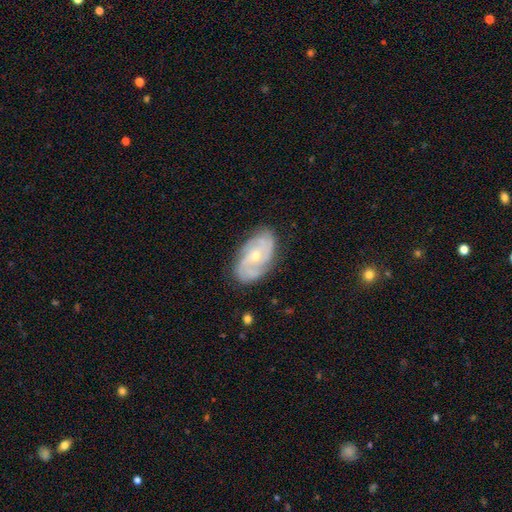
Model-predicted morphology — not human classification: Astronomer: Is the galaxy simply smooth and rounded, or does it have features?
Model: featured or disk — 86%.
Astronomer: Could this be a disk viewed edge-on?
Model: no — 97%.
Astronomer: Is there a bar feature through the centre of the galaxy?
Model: no — 69%.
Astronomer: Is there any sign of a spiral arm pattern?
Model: yes — 97%.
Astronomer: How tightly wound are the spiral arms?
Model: tight — 57% (runner-up: medium, 35%).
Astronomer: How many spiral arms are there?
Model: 3 — 38% (runner-up: 2, 23%).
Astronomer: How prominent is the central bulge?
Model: small — 57% (runner-up: moderate, 40%).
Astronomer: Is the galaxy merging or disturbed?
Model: none — 80%.